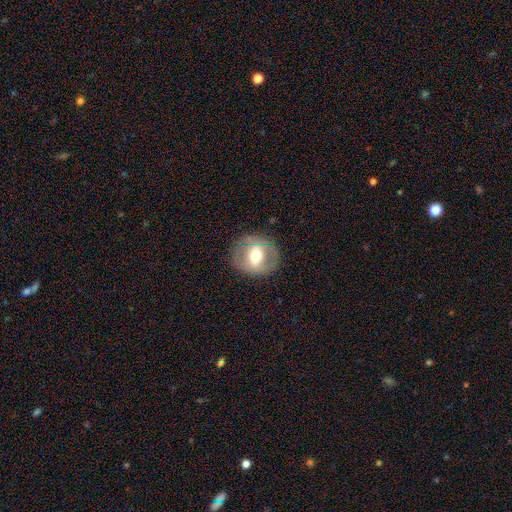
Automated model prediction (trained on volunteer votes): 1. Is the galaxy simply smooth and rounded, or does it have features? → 48% featured or disk, 44% smooth, 8% star or artifact.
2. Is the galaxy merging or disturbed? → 82% none, 12% minor disturbance, 6% major disturbance, 1% merger.